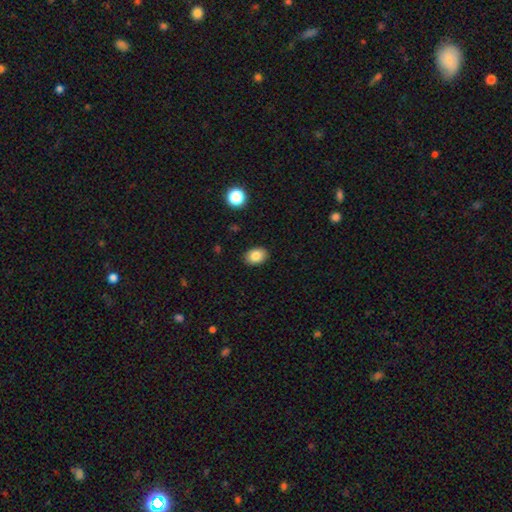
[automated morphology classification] A smooth galaxy with no disk features (85%) that is in between round and cigar-shaped (74%). Merging: none (89%).